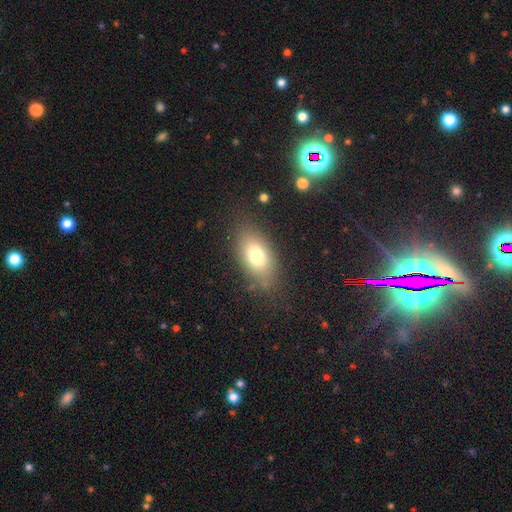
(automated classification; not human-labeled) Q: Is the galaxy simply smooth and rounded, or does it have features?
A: smooth — 75%.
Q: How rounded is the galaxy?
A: in between — 86%.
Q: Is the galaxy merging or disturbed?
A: none — 76%.